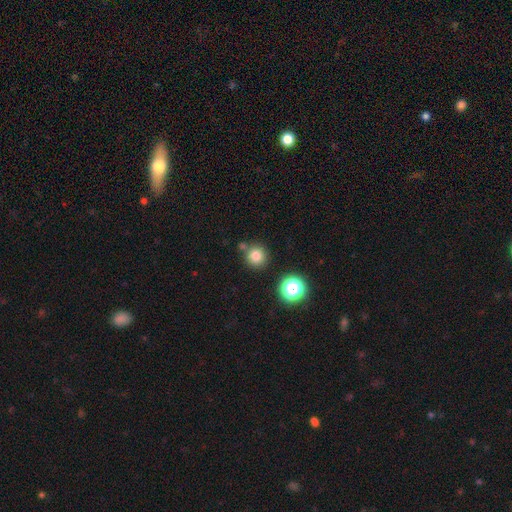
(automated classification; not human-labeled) This appears to be a smooth galaxy with no disk features (79%) that is round (94%). Merging: none (78%).